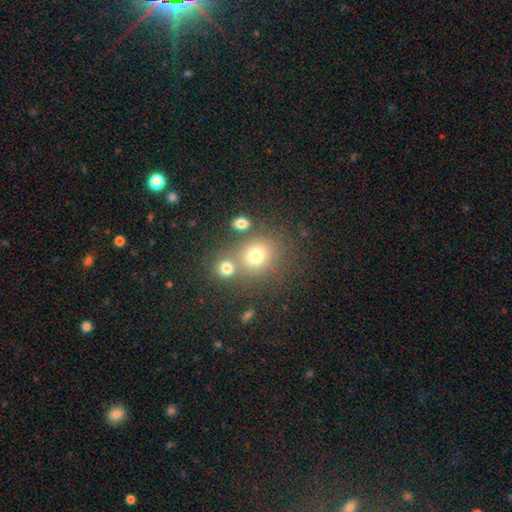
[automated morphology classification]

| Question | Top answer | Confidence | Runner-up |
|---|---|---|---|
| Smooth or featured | smooth | 73% | star or artifact (16%) |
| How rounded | round | 75% | in between (24%) |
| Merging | none | 57% | merger (28%) |